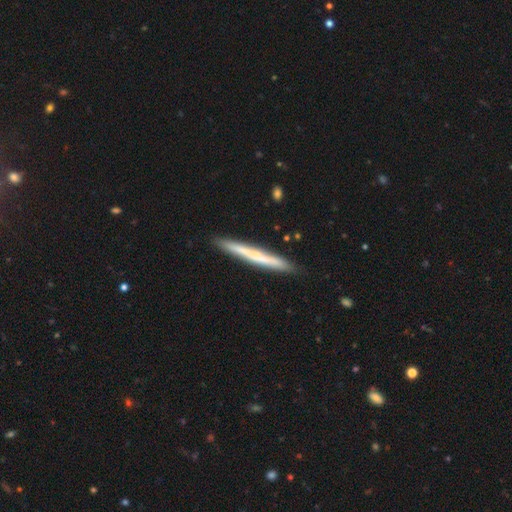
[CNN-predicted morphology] Overall: smooth (47%, tied with featured or disk). Merging: none (89%).